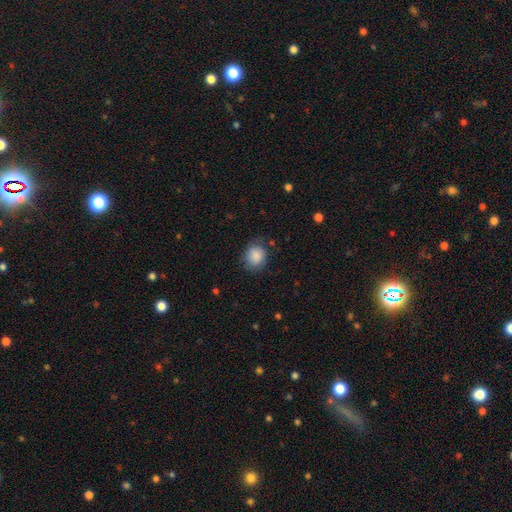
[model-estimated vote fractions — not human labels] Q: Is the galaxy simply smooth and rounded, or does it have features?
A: smooth — 87%.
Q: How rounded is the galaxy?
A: round — 70%.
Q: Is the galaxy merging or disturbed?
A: none — 76%.